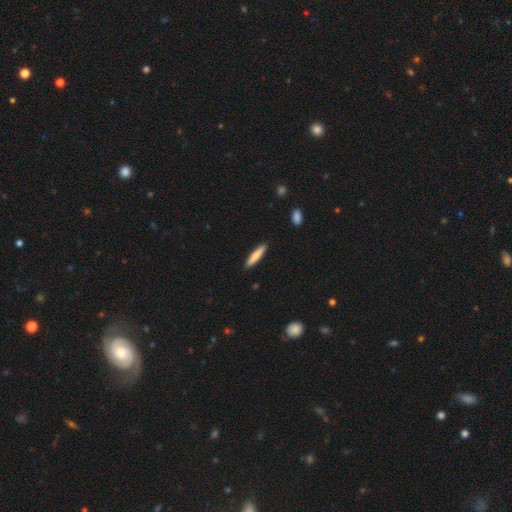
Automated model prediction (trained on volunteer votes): The model was most divided on "smooth or featured": smooth: 74%, featured or disk: 20%, star or artifact: 5%. More confident: merging — none (90%); how rounded — cigar-shaped (88%).